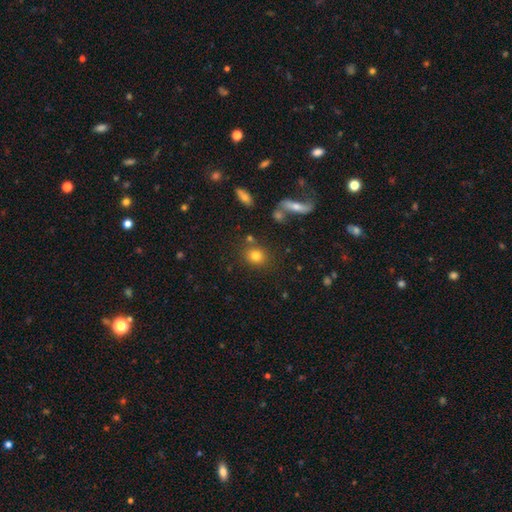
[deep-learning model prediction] The model was most divided on "how rounded": round: 71%, in between: 27%, cigar-shaped: 1%. More confident: smooth or featured — smooth (79%); merging — none (75%).